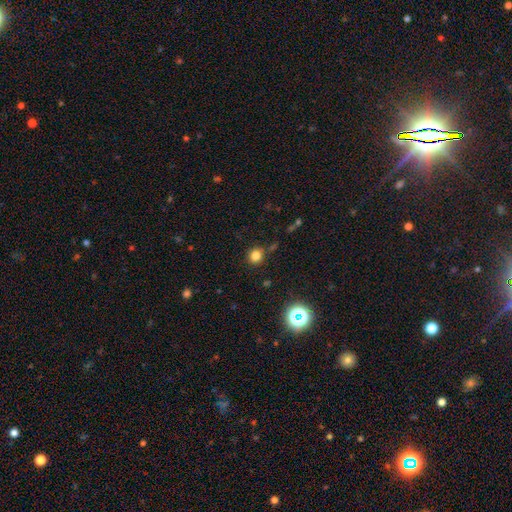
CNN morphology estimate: smooth_or_featured: smooth (p=0.78) [alt: star or artifact p=0.16]
how_rounded: round (p=0.91) [alt: in between p=0.08]
merging: none (p=0.82) [alt: minor disturbance p=0.10]